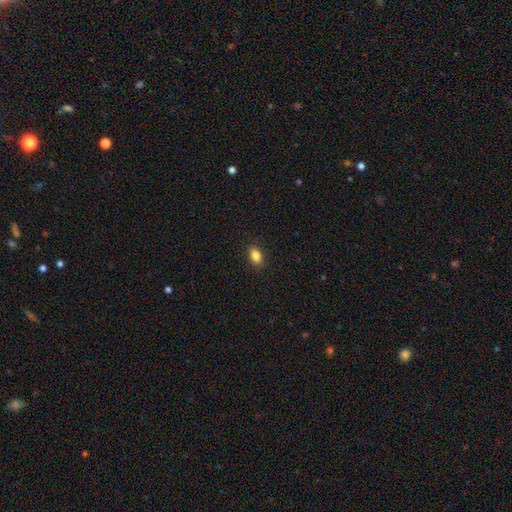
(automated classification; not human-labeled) Morphology: type=smooth (85%); roundness=in between (83%); merging=none (90%).